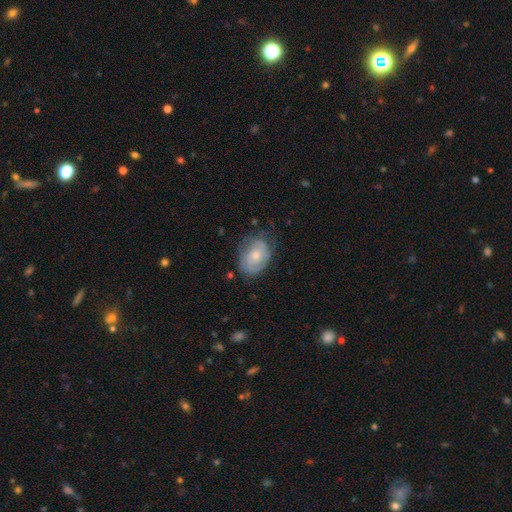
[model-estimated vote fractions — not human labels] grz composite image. It shows a featured or disk galaxy (56%) with no bar (77%), spiral arms (72%) and a moderate central bulge (49%). Merging: none (59%).